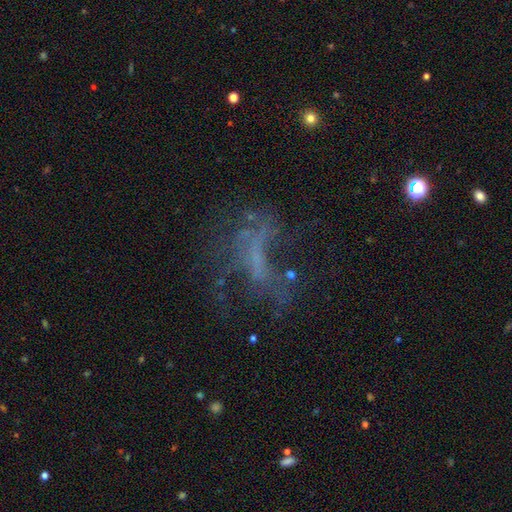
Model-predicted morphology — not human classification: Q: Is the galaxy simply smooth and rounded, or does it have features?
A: featured or disk — 47%.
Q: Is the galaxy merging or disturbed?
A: major disturbance — 40%.